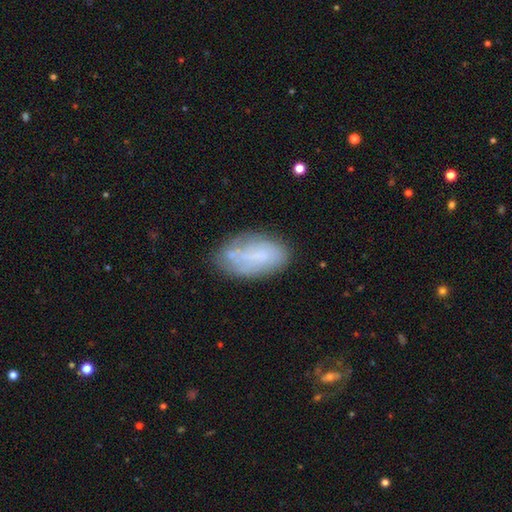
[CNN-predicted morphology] Overall: smooth (57%; featured or disk 33%). How rounded: in between (92%). Merging: none (66%).